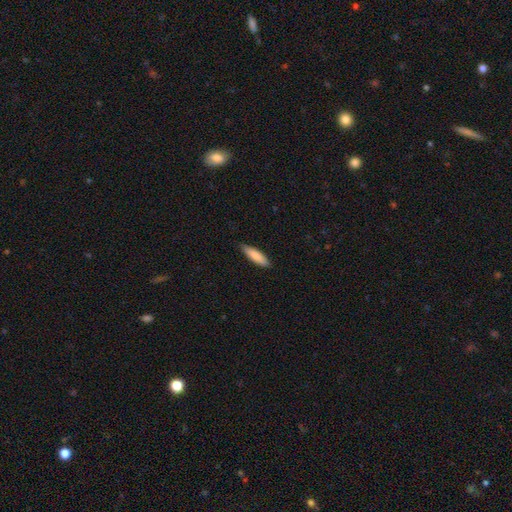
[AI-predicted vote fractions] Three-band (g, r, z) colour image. It shows a smooth galaxy with no disk features (85%) that is cigar-shaped (65%). Merging: none (85%).